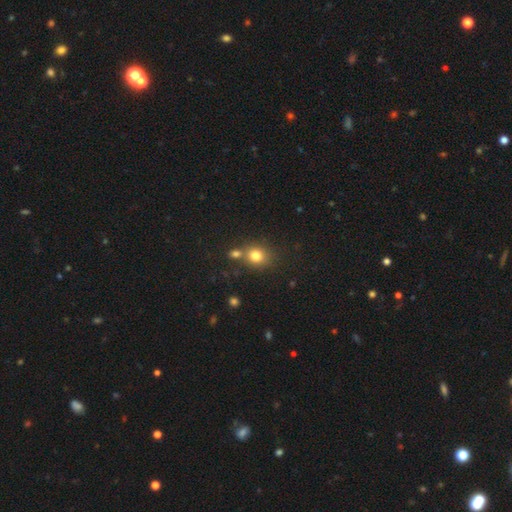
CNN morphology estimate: The model was most divided on "merging": none: 62%, merger: 24%, minor disturbance: 10%, major disturbance: 4%. More confident: smooth or featured — smooth (79%); how rounded — round (75%).